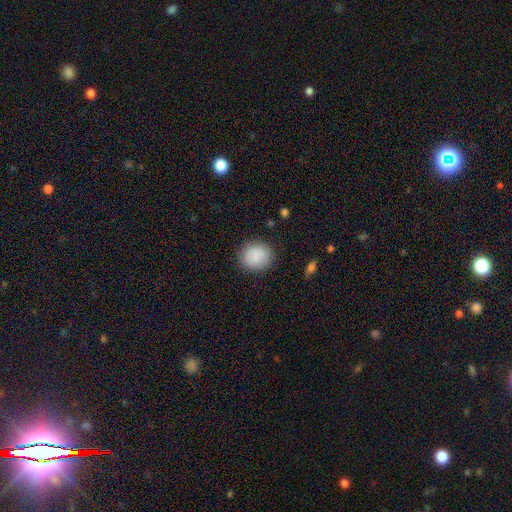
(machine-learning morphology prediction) This appears to be a smooth galaxy with no disk features (87%) that is round (80%). Merging: none (87%).